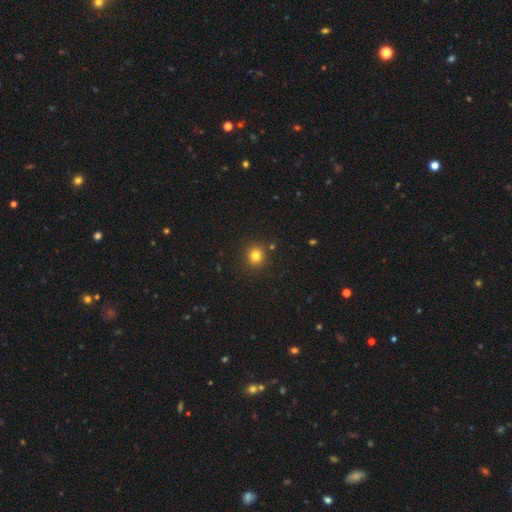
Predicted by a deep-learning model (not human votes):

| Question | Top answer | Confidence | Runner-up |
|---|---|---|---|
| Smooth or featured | smooth | 80% | star or artifact (14%) |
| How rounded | round | 91% | in between (9%) |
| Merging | none | 88% | minor disturbance (7%) |